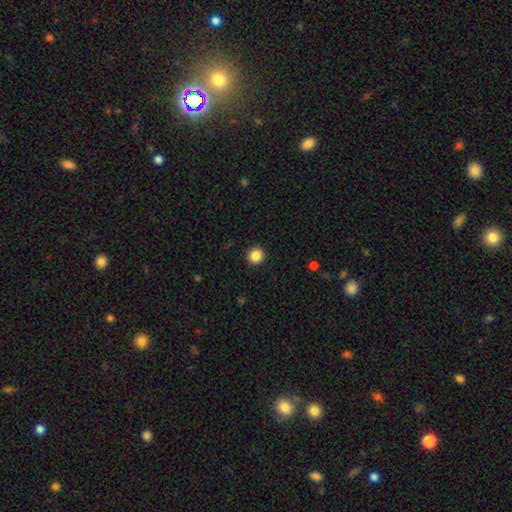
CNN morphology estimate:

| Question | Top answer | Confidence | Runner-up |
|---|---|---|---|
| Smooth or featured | smooth | 86% | star or artifact (10%) |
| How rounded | round | 94% | in between (5%) |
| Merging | none | 93% | minor disturbance (5%) |